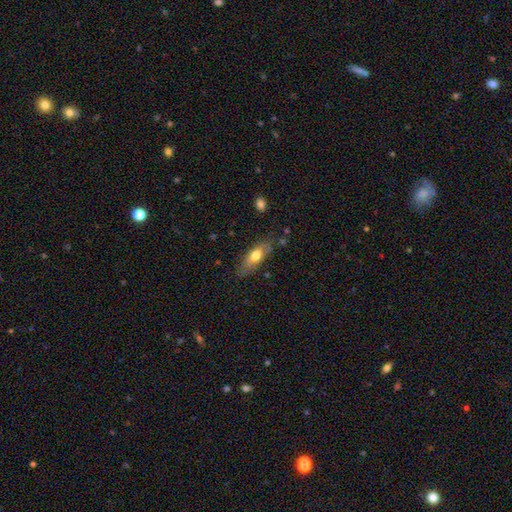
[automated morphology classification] Overall: smooth (63%; featured or disk 31%). How rounded: in between (59%; cigar-shaped 38%). Merging: none (75%).